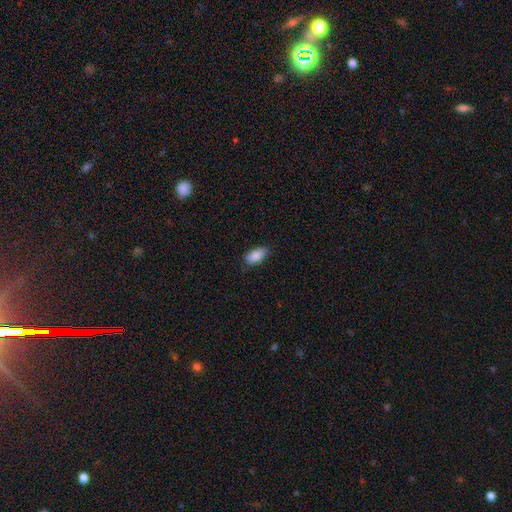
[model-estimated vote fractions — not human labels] This is clearly a smooth galaxy (86%). How rounded: clearly in between (92%). Merging: likely none (78%).